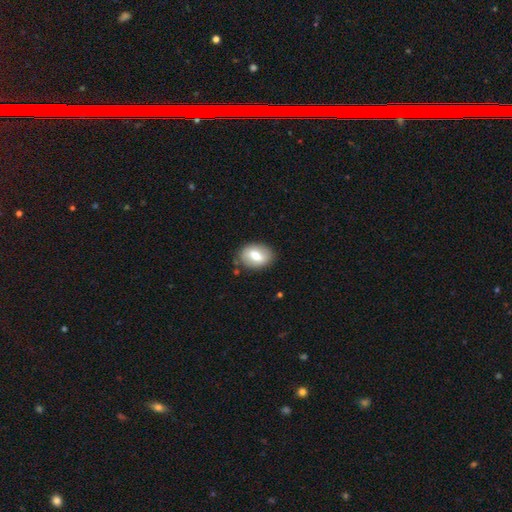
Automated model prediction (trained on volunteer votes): smooth-or-featured: smooth: 66% | featured or disk: 27% | star or artifact: 7%
  how-rounded: in between: 75% | round: 24% | cigar-shaped: 1%
  merging: none: 82% | minor disturbance: 12% | major disturbance: 3% | merger: 2%